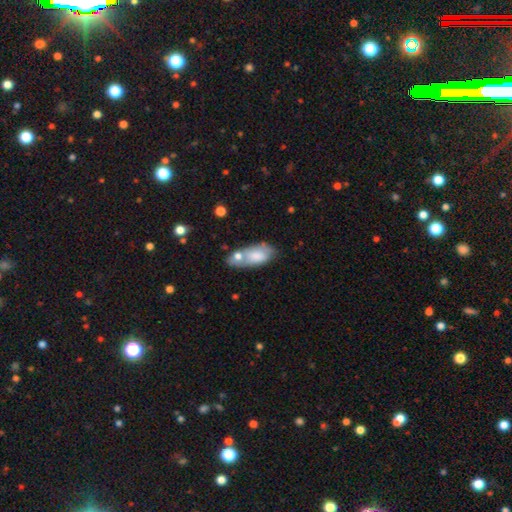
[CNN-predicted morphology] This appears to be a smooth galaxy with no disk features (73%) that is in between round and cigar-shaped (89%). Merging: none (42%).